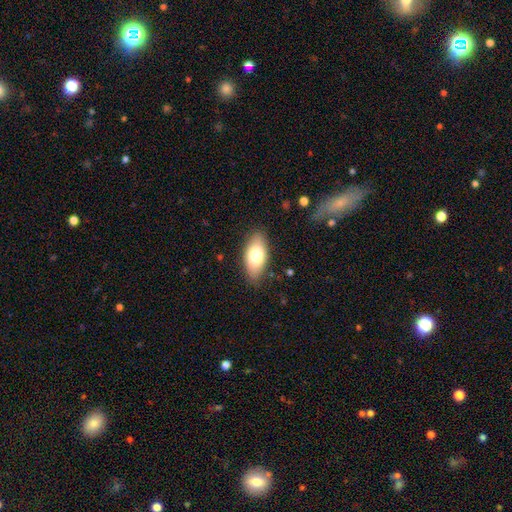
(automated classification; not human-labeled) Smooth or featured: smooth — 77% (featured or disk — 16%)
How rounded: in between — 91% (cigar-shaped — 6%)
Merging: none — 83% (minor disturbance — 13%)